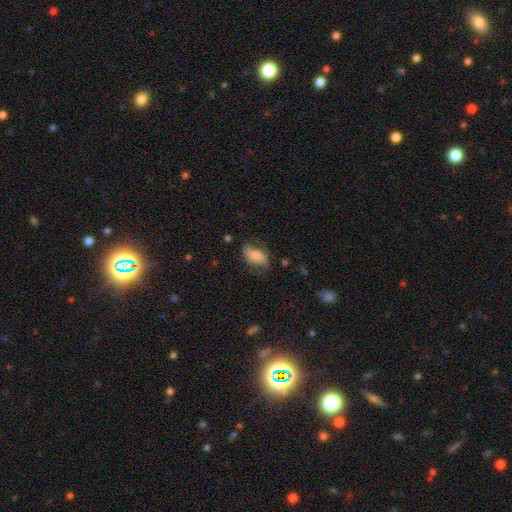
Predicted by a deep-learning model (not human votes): A smooth galaxy with no disk features (60%) that is in between round and cigar-shaped (88%).

Vote fractions:
- Smooth or featured? smooth: 60% / featured or disk: 32% / star or artifact: 8%
- How rounded? in between: 88% / round: 6% / cigar-shaped: 6%
- Merging? none: 59% / minor disturbance: 26% / major disturbance: 13% / merger: 2%